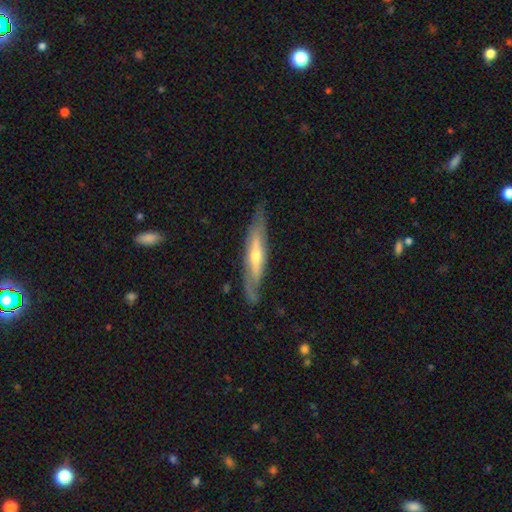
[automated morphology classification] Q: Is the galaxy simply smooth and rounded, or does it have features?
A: featured or disk — 70%.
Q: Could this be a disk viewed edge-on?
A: yes — 67%.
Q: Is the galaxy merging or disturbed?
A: none — 75%.